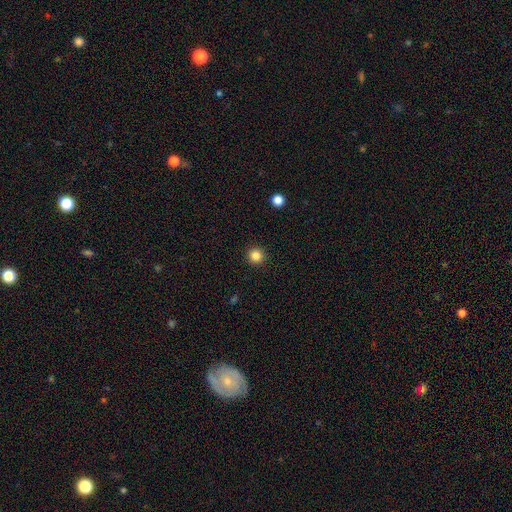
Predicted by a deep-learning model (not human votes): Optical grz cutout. It shows a smooth galaxy with no disk features (84%) that is round (95%). Merging: none (93%).